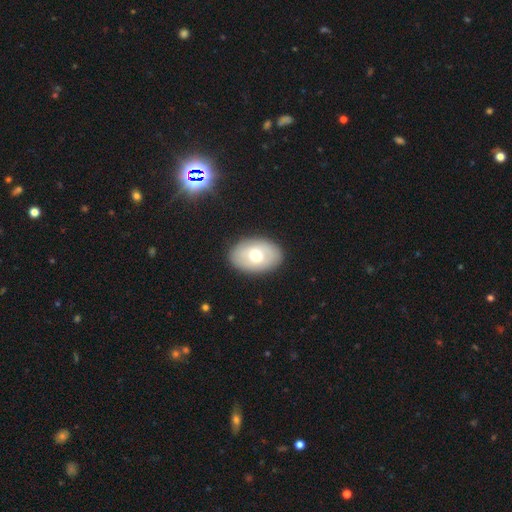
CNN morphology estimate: This appears to be a smooth galaxy with no disk features (63%) that is in between round and cigar-shaped (85%). Merging: none (88%).